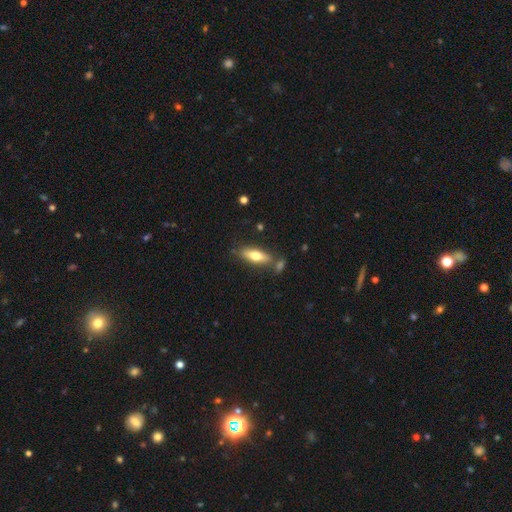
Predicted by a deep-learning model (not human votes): smooth_or_featured: smooth (p=0.63) [alt: featured or disk p=0.31]
how_rounded: in between (p=0.54) [alt: cigar-shaped p=0.43]
merging: none (p=0.70) [alt: minor disturbance p=0.14]